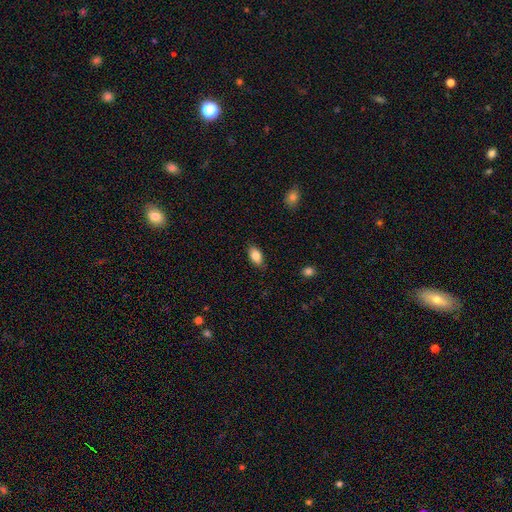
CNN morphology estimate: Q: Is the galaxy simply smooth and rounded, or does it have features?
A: smooth — 85%.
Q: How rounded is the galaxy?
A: in between — 91%.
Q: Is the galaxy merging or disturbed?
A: none — 85%.